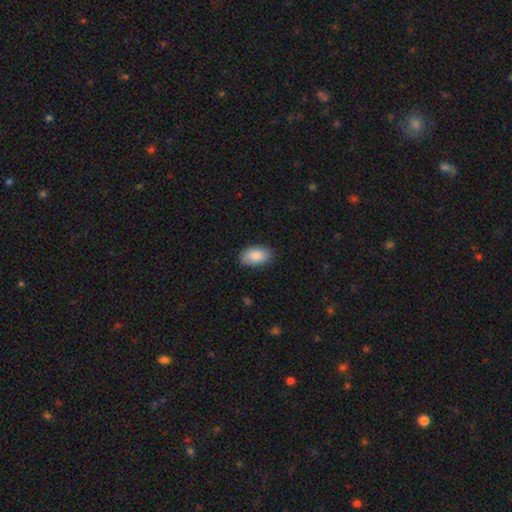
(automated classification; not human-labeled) Smooth or featured: smooth — 87% (featured or disk — 7%)
How rounded: in between — 93% (round — 5%)
Merging: none — 83% (minor disturbance — 14%)